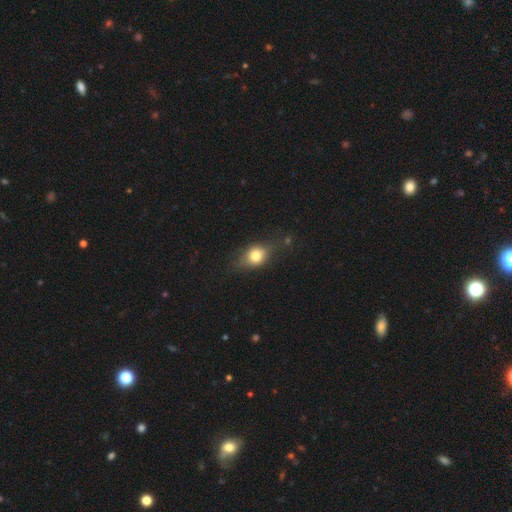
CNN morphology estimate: Q: Smooth or featured?
A: smooth (66%); runner-up: featured or disk (24%)
Q: How rounded?
A: in between (55%); runner-up: round (40%)
Q: Merging?
A: none (65%); runner-up: minor disturbance (23%)